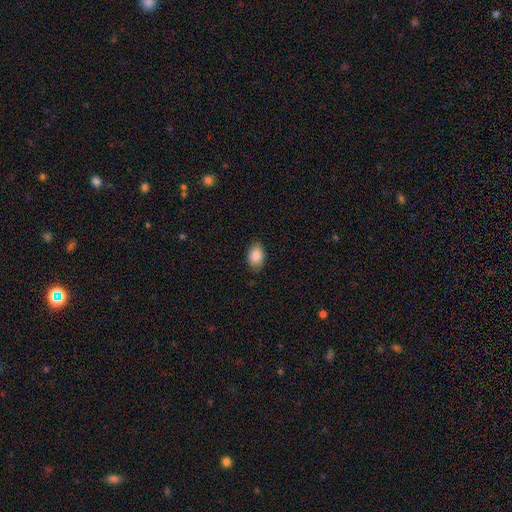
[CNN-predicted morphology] Smooth or featured? smooth (85%)
How rounded? in between (85%)
Merging? none (84%)